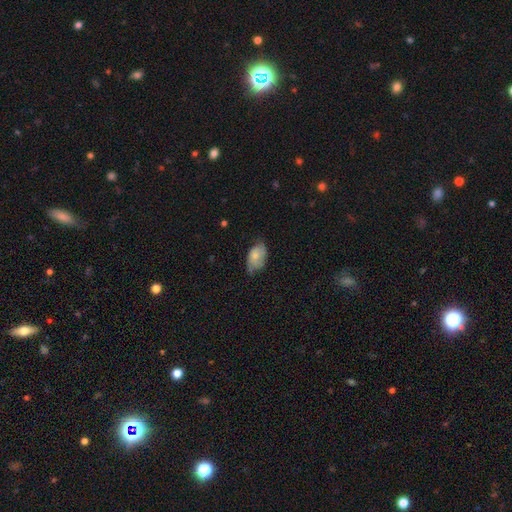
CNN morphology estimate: Smooth or featured? Predicted: smooth (p=0.69). How rounded? Predicted: in between (p=0.91). Merging? Predicted: none (p=0.51).